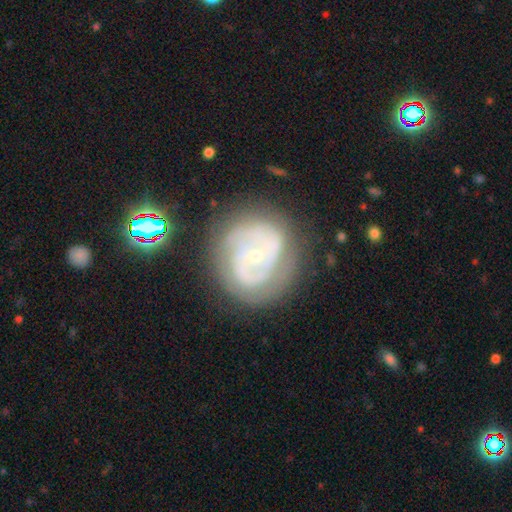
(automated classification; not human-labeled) A featured or disk galaxy (80%) with no bar (66%), 2 (50%) tight (62%) spiral arms (88%) and a small central bulge (79%).

Vote fractions:
- Smooth or featured? featured or disk: 80% / smooth: 13% / star or artifact: 7%
- Edge-on disk? no: 98% / yes: 2%
- Bar? no: 66% / weak: 26% / strong: 8%
- Spiral arms? yes: 88% / no: 12%
- Spiral winding? tight: 62% / medium: 30% / loose: 8%
- Spiral arm count? 2: 50% / can't tell: 26% / 3: 12% / 1: 5% / 4: 4% / more than 4: 3%
- Bulge size? small: 79% / moderate: 17% / none: 2% / large: 1% / dominant: 1%
- Merging? none: 72% / minor disturbance: 17% / major disturbance: 8% / merger: 2%